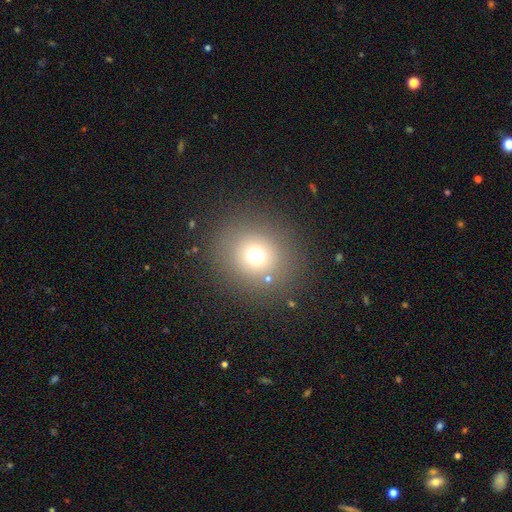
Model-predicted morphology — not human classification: Smooth or featured?
  - smooth: 69% *
  - star or artifact: 19%
  - featured or disk: 11%
How rounded?
  - round: 87% *
  - in between: 12%
  - cigar-shaped: 1%
Merging?
  - none: 85% *
  - minor disturbance: 7%
  - major disturbance: 5%
  - merger: 3%